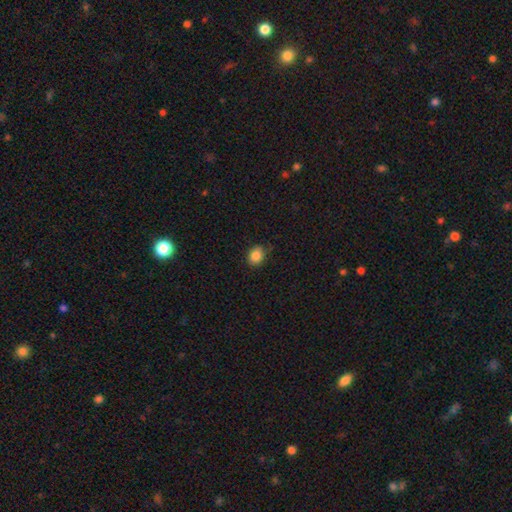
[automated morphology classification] A smooth galaxy with no disk features (85%) that is round (55%).

Vote fractions:
- Smooth or featured? smooth: 85% / star or artifact: 10% / featured or disk: 5%
- How rounded? round: 55% / in between: 44% / cigar-shaped: 1%
- Merging? none: 76% / minor disturbance: 19% / major disturbance: 3% / merger: 1%